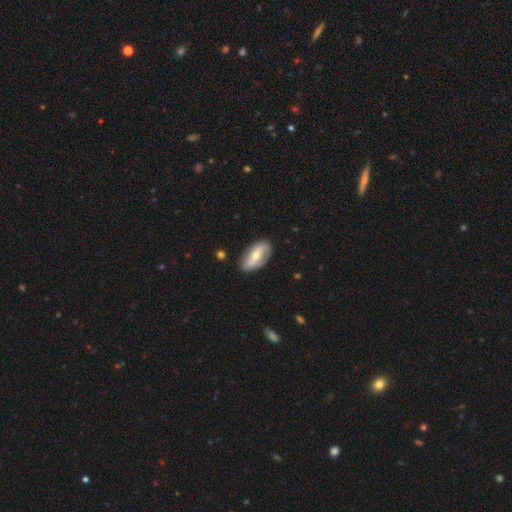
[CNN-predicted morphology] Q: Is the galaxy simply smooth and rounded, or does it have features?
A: featured or disk — 59%.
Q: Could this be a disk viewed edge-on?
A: no — 88%.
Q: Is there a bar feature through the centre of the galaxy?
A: strong — 38%.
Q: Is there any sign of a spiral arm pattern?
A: yes — 69%.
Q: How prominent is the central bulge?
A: moderate — 54%.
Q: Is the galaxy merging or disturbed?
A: none — 81%.